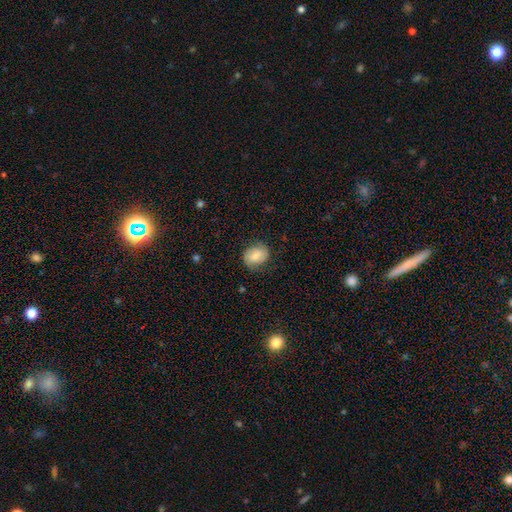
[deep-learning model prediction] The model was most divided on "how rounded": in between: 51%, round: 48%, cigar-shaped: 1%. More confident: merging — none (74%); smooth or featured — smooth (71%).